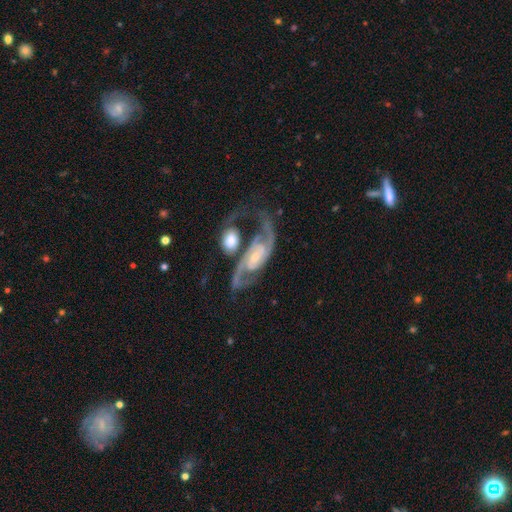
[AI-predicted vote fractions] This appears to be a featured or disk galaxy (90%) with no bar (45%), 2 (90%) medium (54%) spiral arms (97%) and a small central bulge (58%). Merging: none (41%).